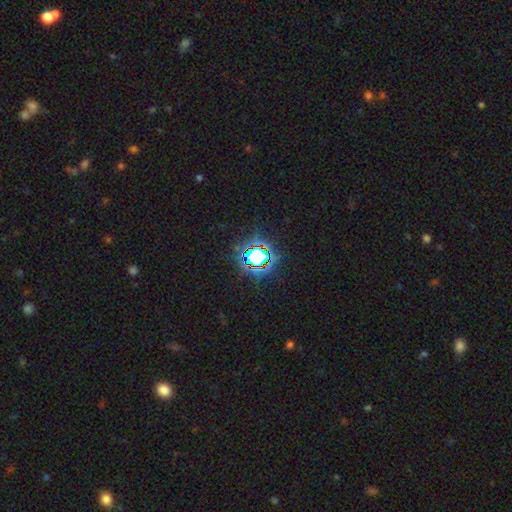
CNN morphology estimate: The model was most divided on "smooth or featured": star or artifact: 72%, smooth: 17%, featured or disk: 10%.